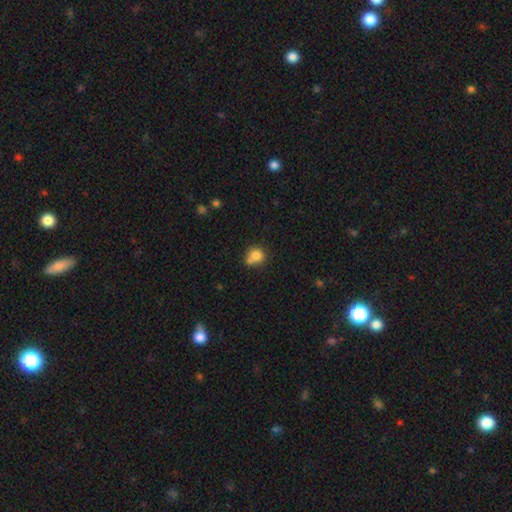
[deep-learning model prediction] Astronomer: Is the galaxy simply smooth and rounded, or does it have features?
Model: smooth — 78%.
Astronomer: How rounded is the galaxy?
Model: round — 76%.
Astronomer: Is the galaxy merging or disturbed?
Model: none — 43% (runner-up: merger, 34%).